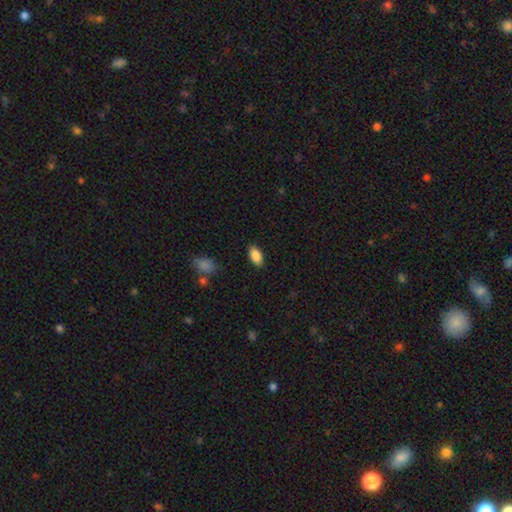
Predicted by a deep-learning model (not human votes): Smooth or featured? smooth (87%)
How rounded? in between (92%)
Merging? none (88%)